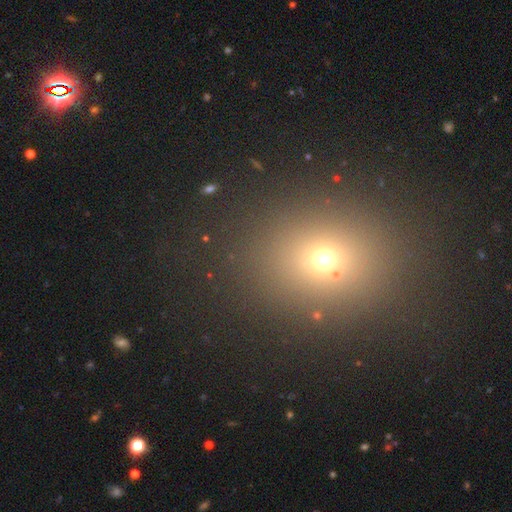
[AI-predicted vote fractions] Smooth or featured?
  - smooth: 57% *
  - star or artifact: 33%
  - featured or disk: 10%
How rounded?
  - round: 60% *
  - in between: 38%
  - cigar-shaped: 2%
Merging?
  - none: 87% *
  - minor disturbance: 7%
  - major disturbance: 4%
  - merger: 2%